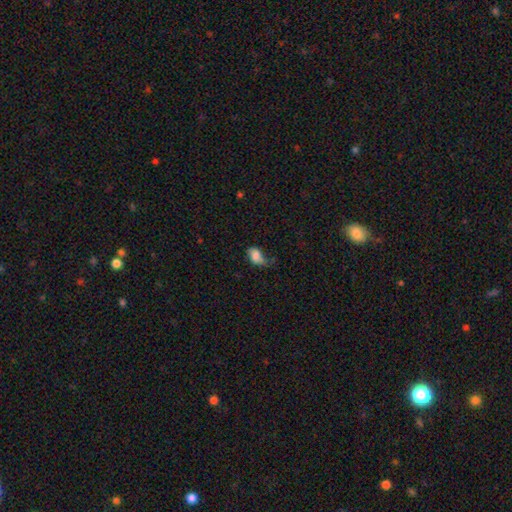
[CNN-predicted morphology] The model was most divided on "merging": minor disturbance: 34%, major disturbance: 31%, none: 30%, merger: 5%. More confident: how rounded — in between (85%); smooth or featured — smooth (69%).